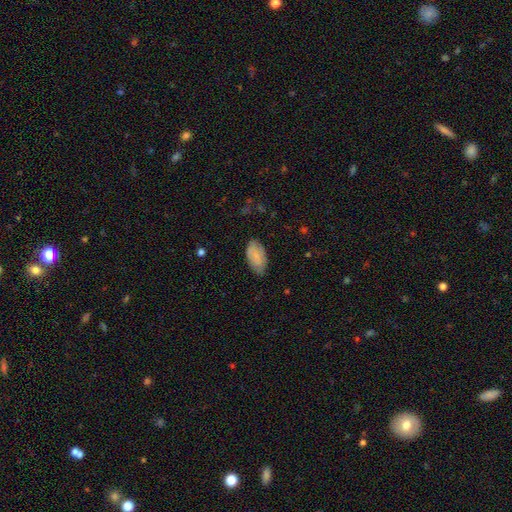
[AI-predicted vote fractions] The model was most divided on "merging": none: 71%, minor disturbance: 23%, major disturbance: 4%, merger: 1%. More confident: how rounded — in between (95%); smooth or featured — smooth (78%).